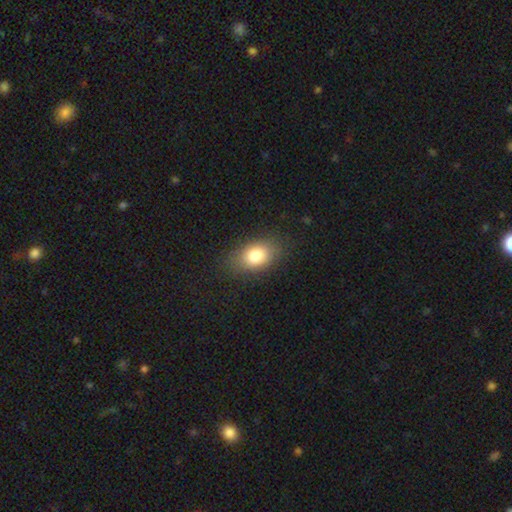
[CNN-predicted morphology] Overall: smooth (80%). How rounded: in between (82%). Merging: none (83%).